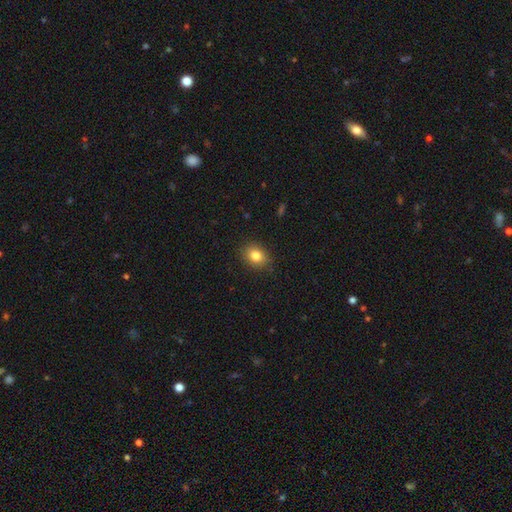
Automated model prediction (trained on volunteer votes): Q: Smooth or featured?
A: smooth (83%); runner-up: star or artifact (10%)
Q: How rounded?
A: in between (54%); runner-up: round (45%)
Q: Merging?
A: none (88%); runner-up: minor disturbance (9%)